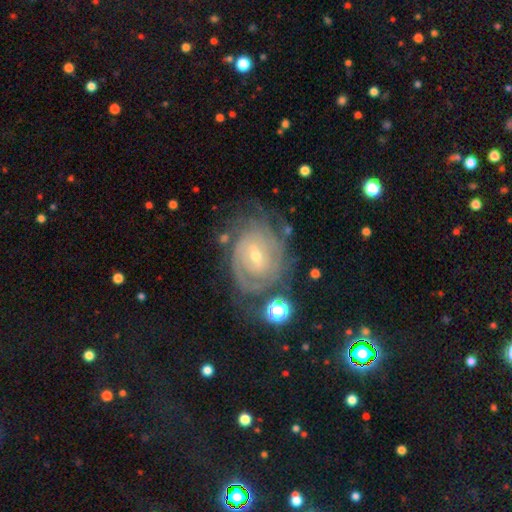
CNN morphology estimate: Q: Smooth or featured?
A: featured or disk (85%); runner-up: smooth (9%)
Q: Edge-on disk?
A: no (97%); runner-up: yes (3%)
Q: Bar?
A: weak (47%); runner-up: no (40%)
Q: Spiral arms?
A: yes (94%); runner-up: no (6%)
Q: Spiral winding?
A: tight (73%); runner-up: medium (21%)
Q: Spiral arm count?
A: can't tell (42%); runner-up: 2 (23%)
Q: Bulge size?
A: small (65%); runner-up: moderate (32%)
Q: Merging?
A: none (64%); runner-up: minor disturbance (20%)